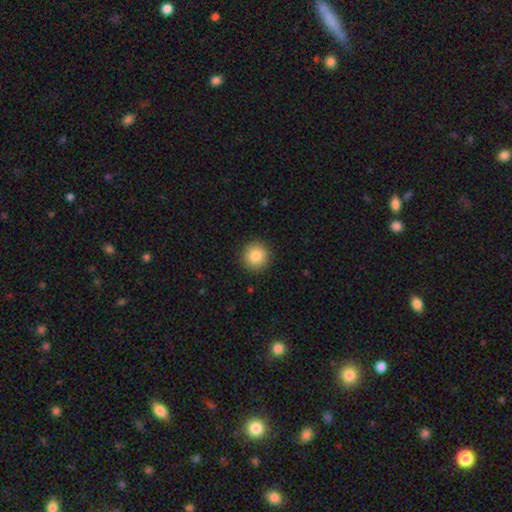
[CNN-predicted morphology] Smooth or featured?
  - smooth: 86% *
  - star or artifact: 9%
  - featured or disk: 5%
How rounded?
  - round: 94% *
  - in between: 5%
  - cigar-shaped: 1%
Merging?
  - none: 92% *
  - minor disturbance: 6%
  - major disturbance: 2%
  - merger: 1%